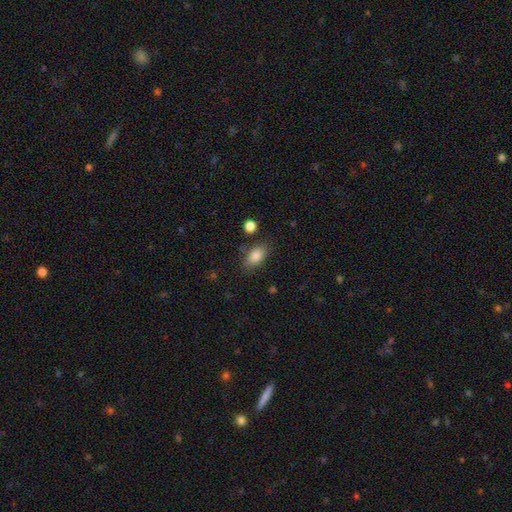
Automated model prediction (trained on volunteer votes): Smooth or featured? smooth (85%)
How rounded? in between (87%)
Merging? none (76%)